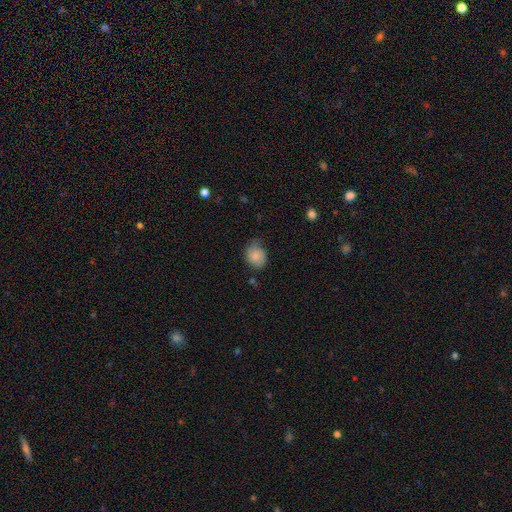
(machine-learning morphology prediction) Overall: smooth (72%). How rounded: round (52%; in between 47%). Merging: none (55%; minor disturbance 34%).